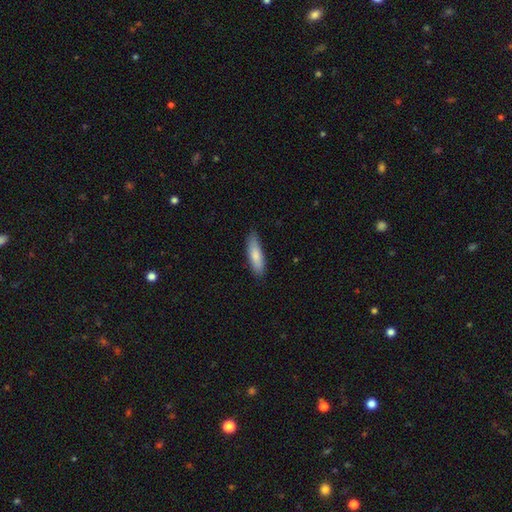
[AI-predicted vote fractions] Smooth or featured: smooth — 80% (featured or disk — 14%)
How rounded: cigar-shaped — 59% (in between — 39%)
Merging: none — 84% (minor disturbance — 13%)